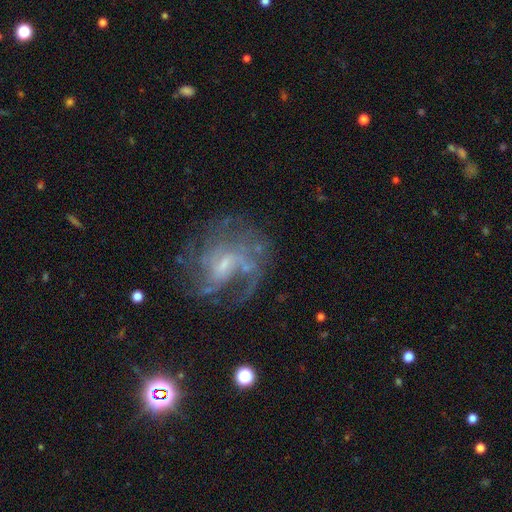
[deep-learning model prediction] Q: Smooth or featured?
A: featured or disk (67%); runner-up: star or artifact (21%)
Q: Edge-on disk?
A: no (96%); runner-up: yes (4%)
Q: Bar?
A: no (47%); runner-up: weak (42%)
Q: Spiral arms?
A: yes (85%); runner-up: no (15%)
Q: Spiral winding?
A: medium (42%); runner-up: tight (35%)
Q: Spiral arm count?
A: can't tell (42%); runner-up: 2 (18%)
Q: Bulge size?
A: small (54%); runner-up: moderate (30%)
Q: Merging?
A: none (64%); runner-up: major disturbance (17%)